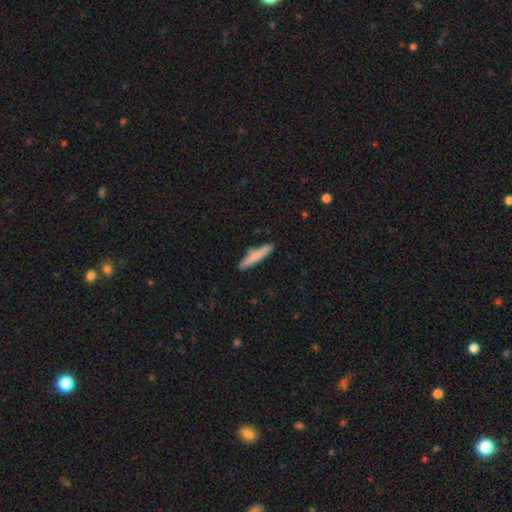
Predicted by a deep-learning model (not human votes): The model was most divided on "smooth or featured": smooth: 75%, featured or disk: 19%, star or artifact: 5%. More confident: how rounded — cigar-shaped (90%); merging — none (82%).